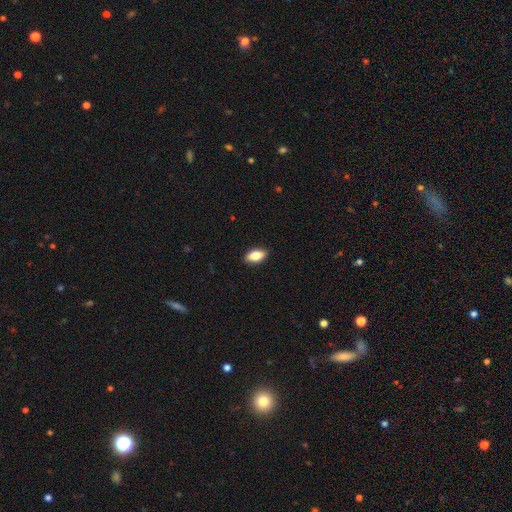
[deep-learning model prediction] The model was most divided on "smooth or featured": smooth: 81%, featured or disk: 12%, star or artifact: 7%. More confident: how rounded — in between (89%); merging — none (89%).